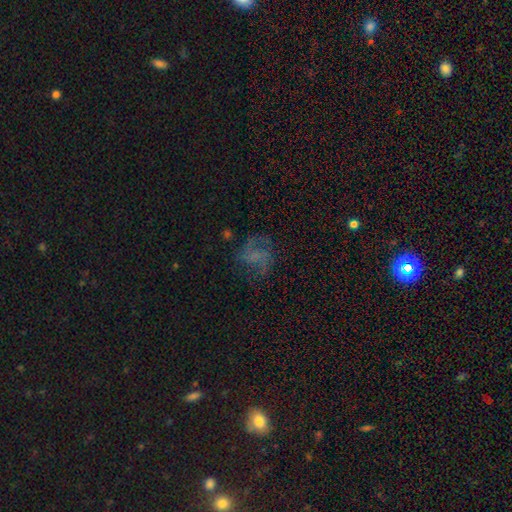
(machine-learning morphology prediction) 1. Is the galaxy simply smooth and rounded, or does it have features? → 55% featured or disk, 27% smooth, 18% star or artifact.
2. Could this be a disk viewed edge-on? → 98% no, 2% yes.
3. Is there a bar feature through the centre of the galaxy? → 57% no, 33% weak, 10% strong.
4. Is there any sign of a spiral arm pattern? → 75% yes, 25% no.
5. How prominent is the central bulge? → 66% none, 20% small, 10% moderate, 3% large, 1% dominant.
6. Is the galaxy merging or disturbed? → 57% none, 21% major disturbance, 19% minor disturbance, 2% merger.